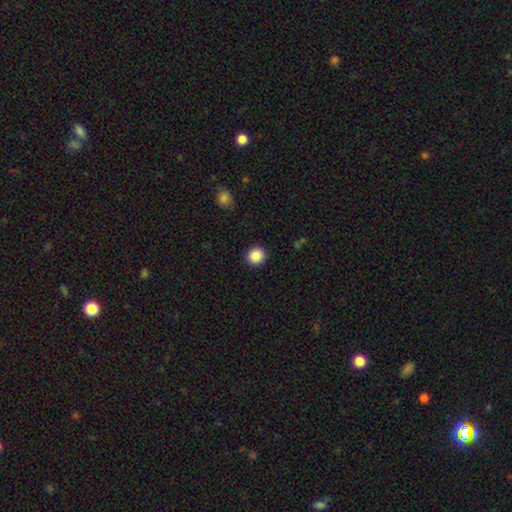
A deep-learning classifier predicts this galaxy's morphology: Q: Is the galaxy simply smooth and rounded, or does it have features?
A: smooth — 87%.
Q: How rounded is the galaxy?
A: round — 91%.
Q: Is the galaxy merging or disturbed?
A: none — 92%.